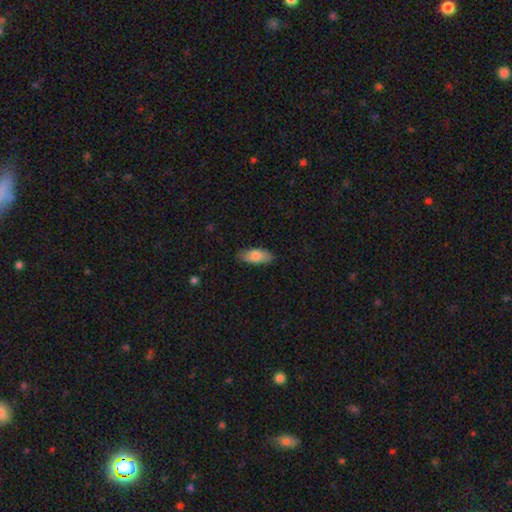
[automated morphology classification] Smooth or featured? smooth (79%)
How rounded? in between (84%)
Merging? none (84%)